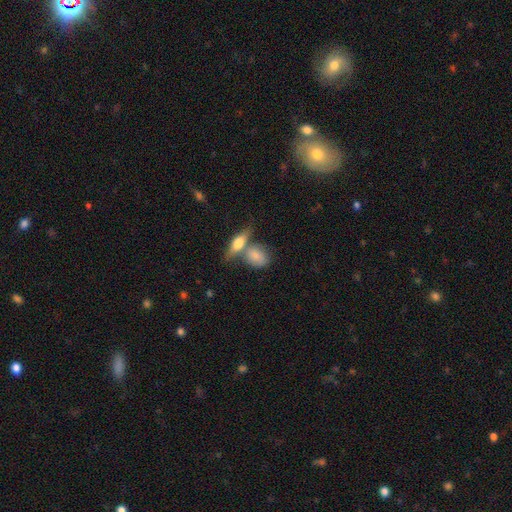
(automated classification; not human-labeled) Smooth or featured? smooth (77%)
How rounded? in between (65%)
Merging? merger (42%)